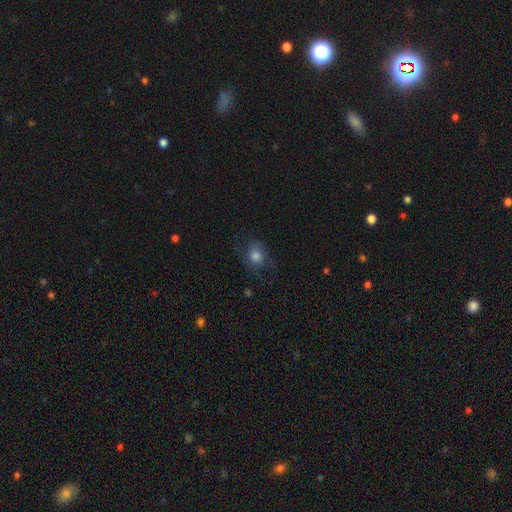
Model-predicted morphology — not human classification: This appears to be a smooth galaxy with no disk features (68%) that is round (53%). Merging: none (63%).